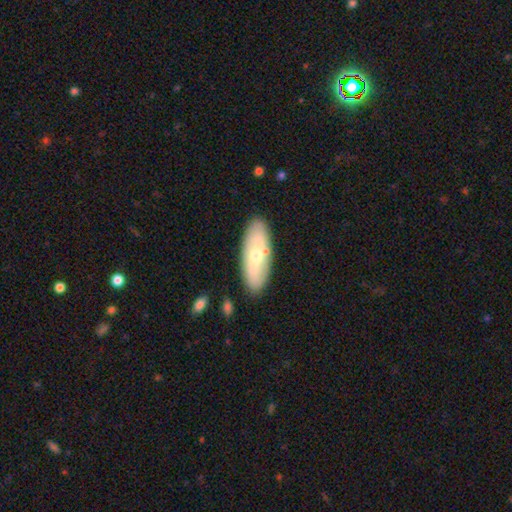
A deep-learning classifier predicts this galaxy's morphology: Q: Smooth or featured?
A: smooth (50%); runner-up: featured or disk (44%)
Q: Merging?
A: none (82%); runner-up: minor disturbance (11%)